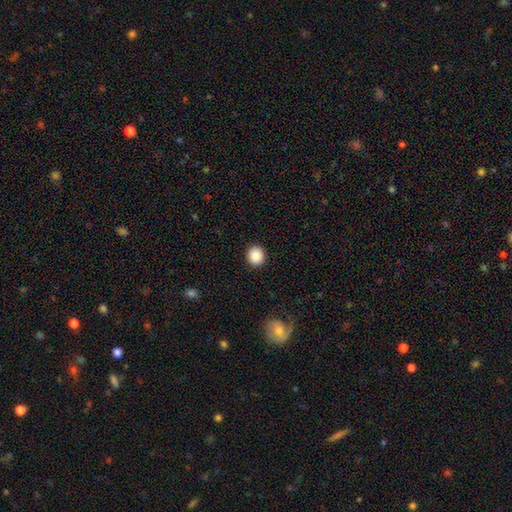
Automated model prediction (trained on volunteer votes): Morphology: type=smooth (89%); roundness=round (89%); merging=none (92%).